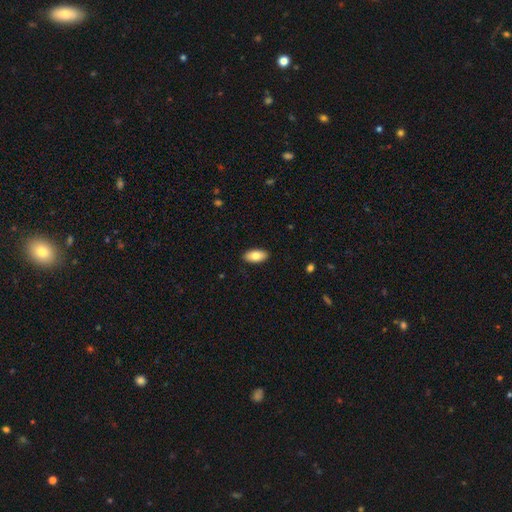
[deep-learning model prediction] Smooth or featured? smooth (80%)
How rounded? in between (93%)
Merging? none (90%)